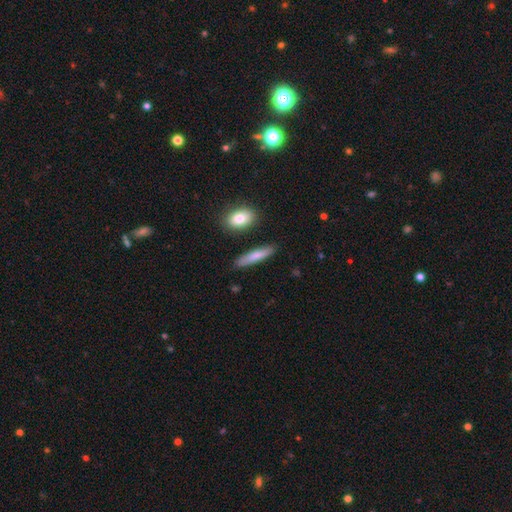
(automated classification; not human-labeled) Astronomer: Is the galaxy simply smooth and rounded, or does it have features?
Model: smooth — 75%.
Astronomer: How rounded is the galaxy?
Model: cigar-shaped — 82%.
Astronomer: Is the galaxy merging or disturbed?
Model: none — 86%.